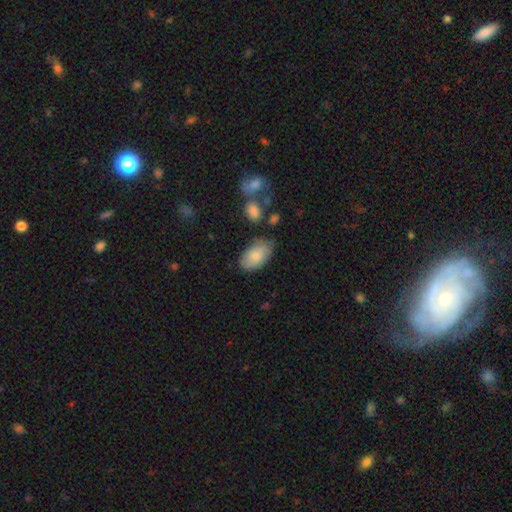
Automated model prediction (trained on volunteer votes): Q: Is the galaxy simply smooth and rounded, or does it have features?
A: smooth — 81%.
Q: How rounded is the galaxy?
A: in between — 93%.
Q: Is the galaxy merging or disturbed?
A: none — 70%.